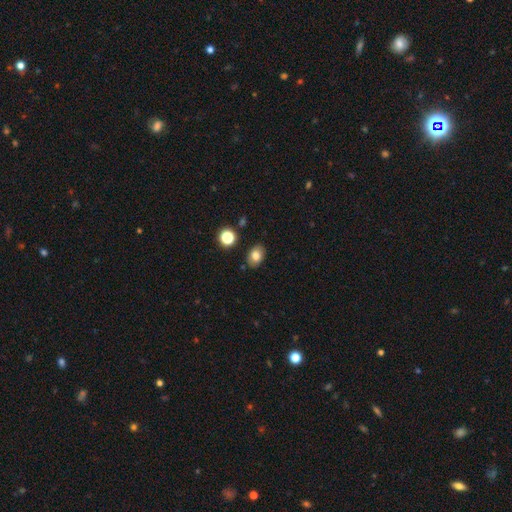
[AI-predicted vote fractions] Morphology: type=smooth (79%); roundness=in between (77%); merging=none (86%).